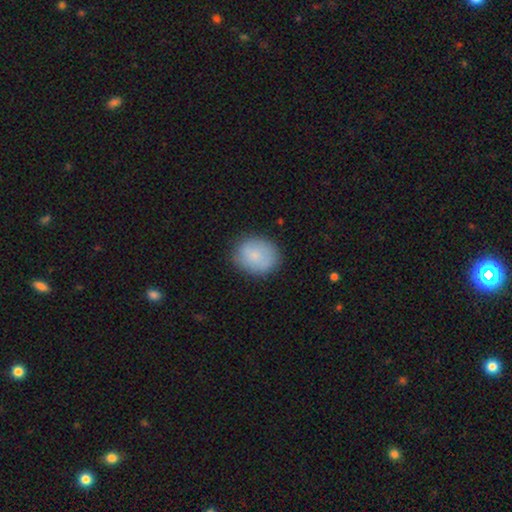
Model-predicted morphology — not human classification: Overall: smooth (80%). How rounded: round (61%; in between 38%). Merging: none (81%).